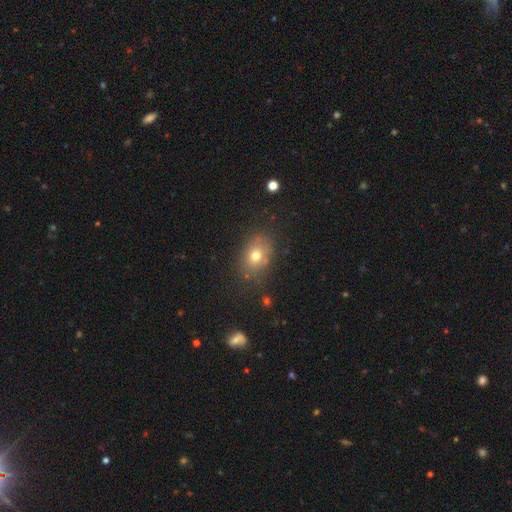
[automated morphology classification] Smooth or featured: smooth — 72% (featured or disk — 15%)
How rounded: in between — 63% (round — 36%)
Merging: none — 76% (minor disturbance — 16%)